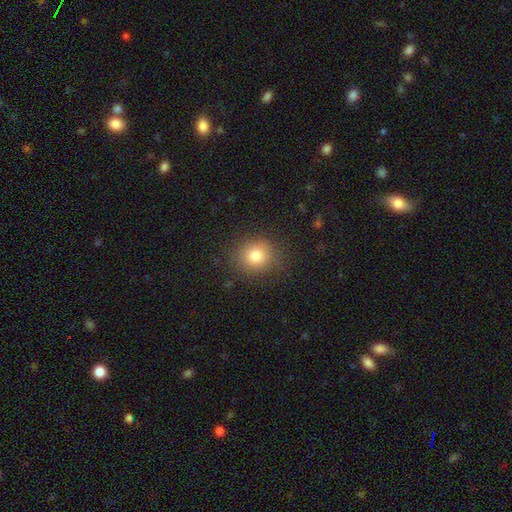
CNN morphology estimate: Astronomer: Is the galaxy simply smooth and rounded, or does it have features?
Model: smooth — 80%.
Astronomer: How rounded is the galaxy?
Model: round — 81%.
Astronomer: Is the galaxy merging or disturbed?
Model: none — 86%.